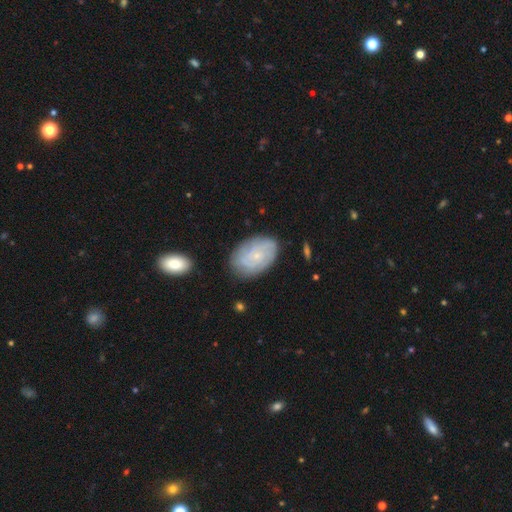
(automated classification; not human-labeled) smooth_or_featured: featured or disk (p=0.64) [alt: smooth p=0.29]
disk_edge_on: no (p=0.97) [alt: yes p=0.03]
bar: no (p=0.79) [alt: weak p=0.18]
has_spiral_arms: yes (p=0.86) [alt: no p=0.14]
spiral_winding: tight (p=0.67) [alt: medium p=0.25]
spiral_arm_count: can't tell (p=0.46) [alt: 2 p=0.19]
bulge_size: small (p=0.81) [alt: moderate p=0.14]
merging: none (p=0.79) [alt: minor disturbance p=0.16]